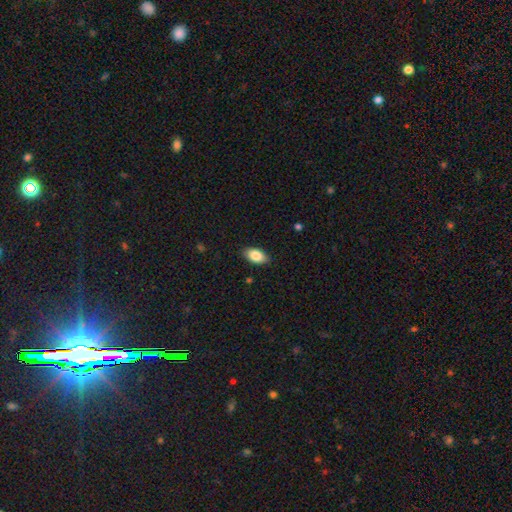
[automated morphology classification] Q: Smooth or featured?
A: smooth (86%); runner-up: featured or disk (7%)
Q: How rounded?
A: in between (93%); runner-up: round (5%)
Q: Merging?
A: none (87%); runner-up: minor disturbance (10%)